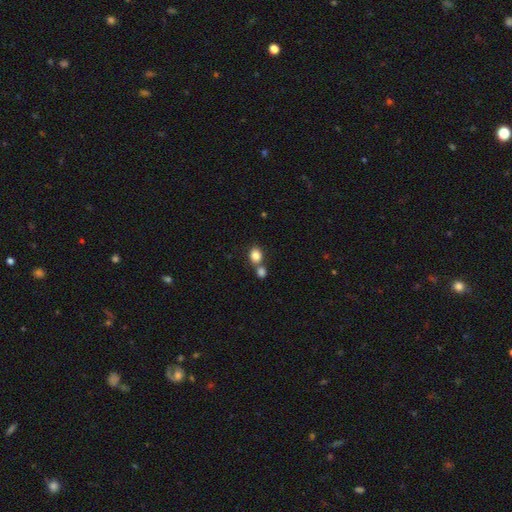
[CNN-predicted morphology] A smooth galaxy with no disk features (84%) that is round (61%).

Vote fractions:
- Smooth or featured? smooth: 84% / star or artifact: 10% / featured or disk: 7%
- How rounded? round: 61% / in between: 38% / cigar-shaped: 1%
- Merging? none: 52% / merger: 36% / minor disturbance: 9% / major disturbance: 3%